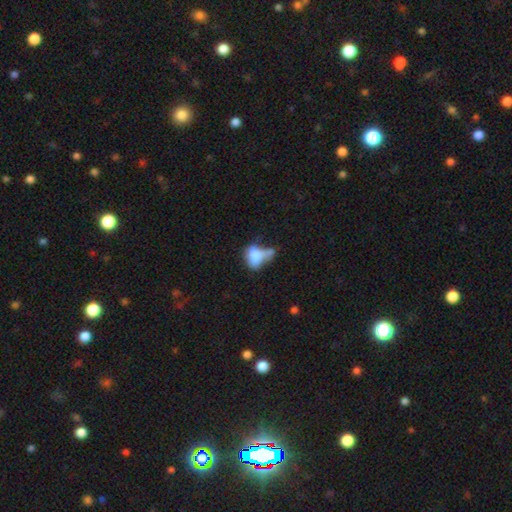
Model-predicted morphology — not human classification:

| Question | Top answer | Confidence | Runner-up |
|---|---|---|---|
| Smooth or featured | smooth | 68% | featured or disk (21%) |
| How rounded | in between | 79% | round (18%) |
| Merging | merger | 34% | major disturbance (23%) |